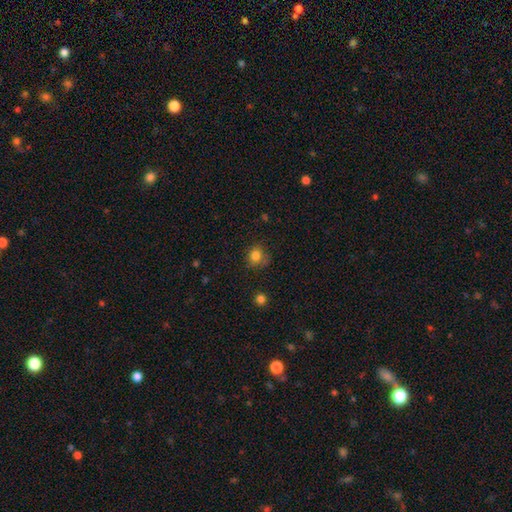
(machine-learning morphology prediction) Smooth or featured?
  - smooth: 81% *
  - star or artifact: 12%
  - featured or disk: 7%
How rounded?
  - round: 73% *
  - in between: 26%
  - cigar-shaped: 1%
Merging?
  - none: 66% *
  - minor disturbance: 23%
  - major disturbance: 7%
  - merger: 4%